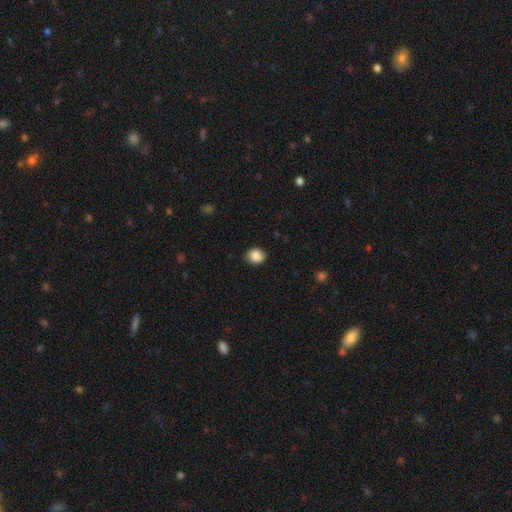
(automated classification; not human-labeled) Smooth or featured? smooth (87%)
How rounded? round (72%)
Merging? none (82%)